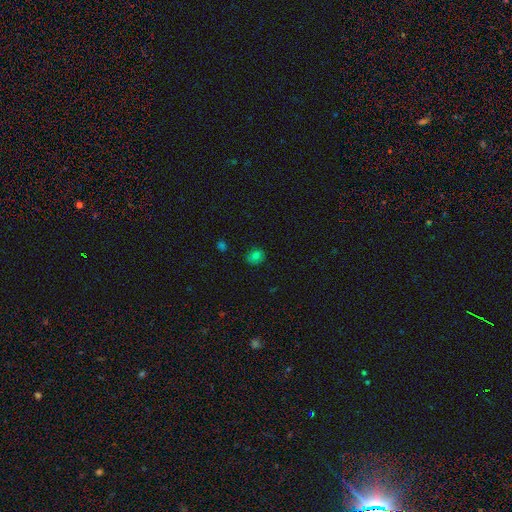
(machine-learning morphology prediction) Smooth or featured: smooth — 75% (star or artifact — 16%)
How rounded: round — 64% (in between — 35%)
Merging: none — 81% (minor disturbance — 14%)